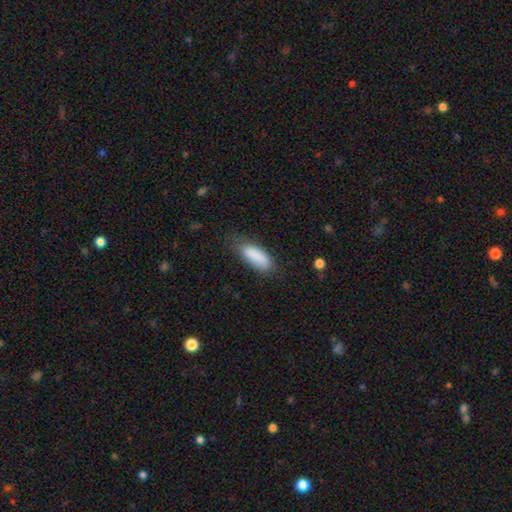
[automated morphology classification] Smooth or featured? Predicted: smooth (p=0.87). How rounded? Predicted: in between (p=0.72). Merging? Predicted: none (p=0.68).